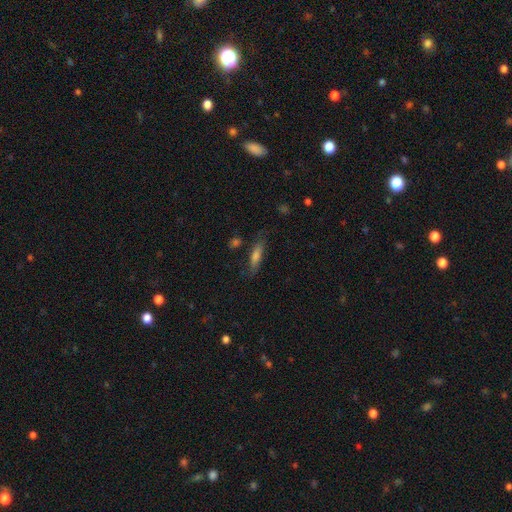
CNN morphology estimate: smooth_or_featured: smooth (p=0.58) [alt: featured or disk p=0.32]
how_rounded: cigar-shaped (p=0.75) [alt: in between p=0.22]
merging: none (p=0.77) [alt: minor disturbance p=0.16]